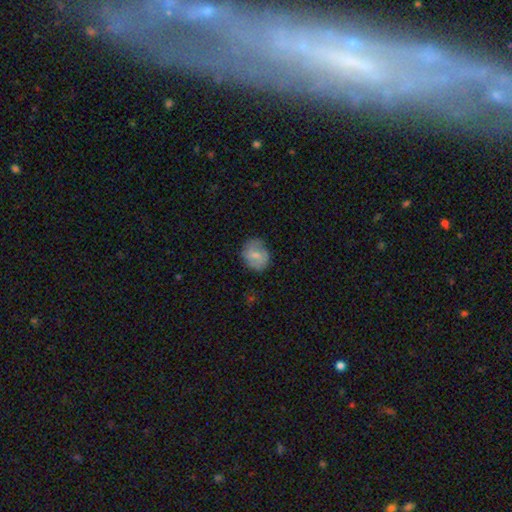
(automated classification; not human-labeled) Overall: smooth (64%; featured or disk 28%). How rounded: round (63%; in between 36%). Merging: none (71%).